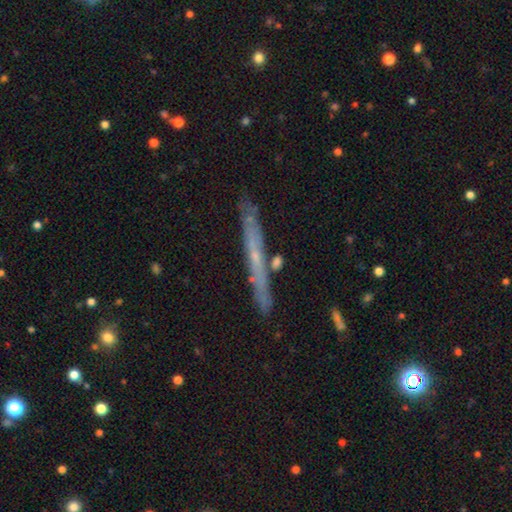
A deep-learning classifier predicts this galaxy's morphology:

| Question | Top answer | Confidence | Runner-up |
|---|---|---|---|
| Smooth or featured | featured or disk | 57% | smooth (36%) |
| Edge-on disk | yes | 91% | no (9%) |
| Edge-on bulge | none | 74% | rounded (23%) |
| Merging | none | 84% | minor disturbance (11%) |